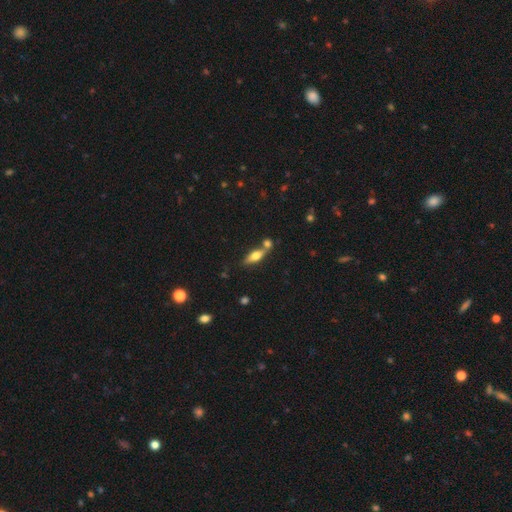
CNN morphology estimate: Smooth or featured? smooth (49%)
Merging? none (58%)